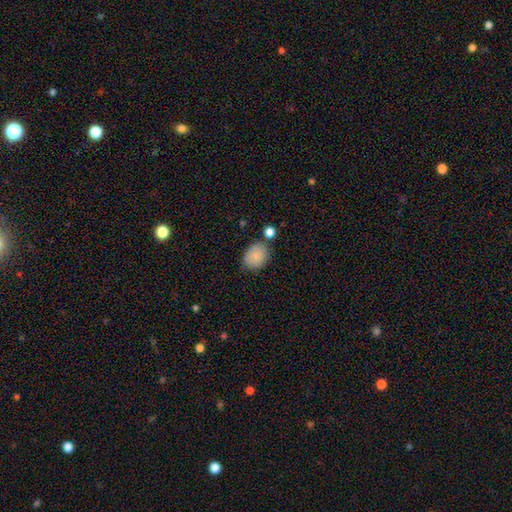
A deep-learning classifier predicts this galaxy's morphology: Q: Smooth or featured?
A: smooth (87%); runner-up: star or artifact (8%)
Q: How rounded?
A: in between (54%); runner-up: round (45%)
Q: Merging?
A: none (69%); runner-up: minor disturbance (18%)